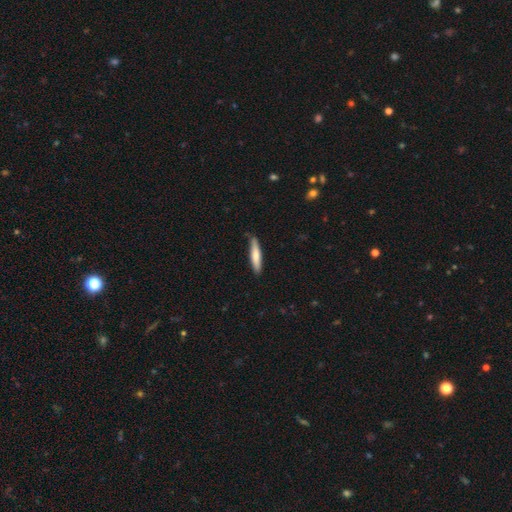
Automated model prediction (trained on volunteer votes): smooth 69%, featured or disk 26%, star or artifact 5%. Down the decision tree: how rounded — cigar-shaped (87%); merging — none (83%).